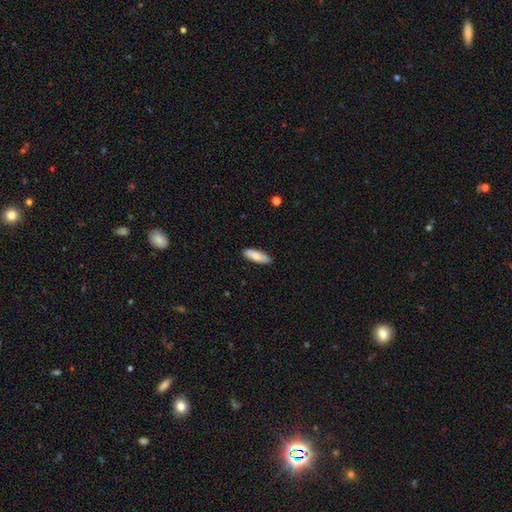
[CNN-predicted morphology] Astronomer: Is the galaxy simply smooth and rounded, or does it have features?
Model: smooth — 83%.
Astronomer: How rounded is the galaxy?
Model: in between — 61% (runner-up: cigar-shaped, 38%).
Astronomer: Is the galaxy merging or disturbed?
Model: none — 87%.